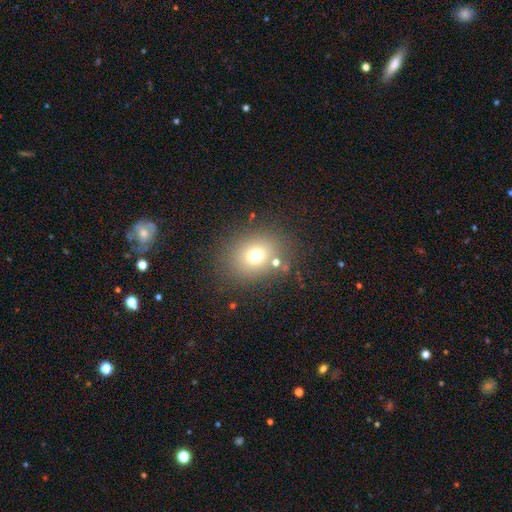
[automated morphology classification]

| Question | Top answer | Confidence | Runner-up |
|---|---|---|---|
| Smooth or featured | smooth | 70% | star or artifact (18%) |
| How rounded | round | 60% | in between (40%) |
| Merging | none | 78% | minor disturbance (10%) |